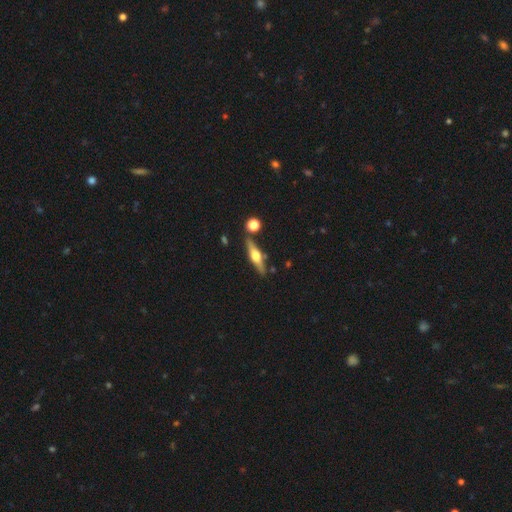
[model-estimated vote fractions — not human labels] A featured or disk galaxy (68%) viewed edge-on (96%) with a rounded central bulge (94%).

Vote fractions:
- Smooth or featured? featured or disk: 68% / smooth: 26% / star or artifact: 7%
- Edge-on disk? yes: 96% / no: 4%
- Edge-on bulge? rounded: 94% / boxy: 4% / none: 2%
- Merging? none: 82% / minor disturbance: 9% / merger: 6% / major disturbance: 2%